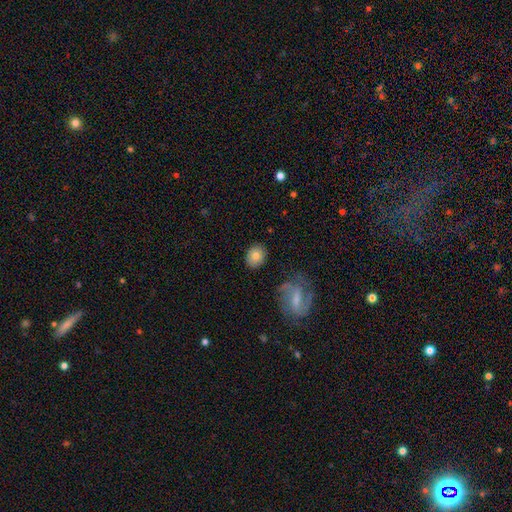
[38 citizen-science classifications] Q: Smooth or featured?
A: smooth (84%); runner-up: featured or disk (11%)
Q: How rounded?
A: in between (56%); runner-up: round (44%)
Q: Merging?
A: none (86%); runner-up: minor disturbance (11%)